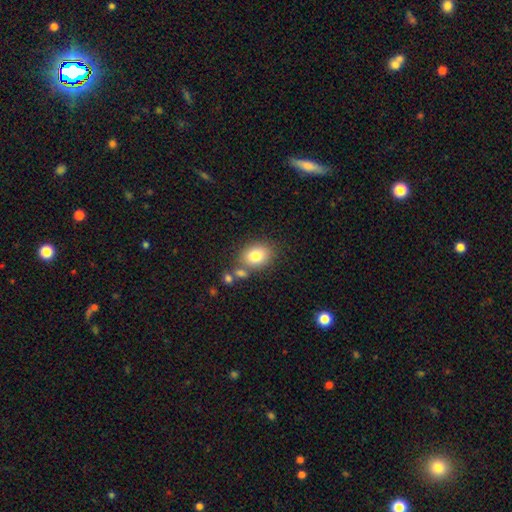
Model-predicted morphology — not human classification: Q: Smooth or featured?
A: smooth (81%); runner-up: featured or disk (10%)
Q: How rounded?
A: in between (60%); runner-up: round (39%)
Q: Merging?
A: none (69%); runner-up: merger (14%)